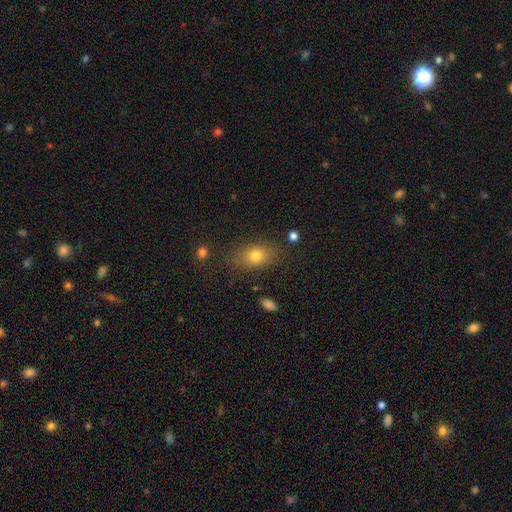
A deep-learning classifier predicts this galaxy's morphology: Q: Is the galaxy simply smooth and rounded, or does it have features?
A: smooth — 75%.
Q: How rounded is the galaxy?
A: in between — 75%.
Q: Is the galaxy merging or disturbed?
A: none — 81%.